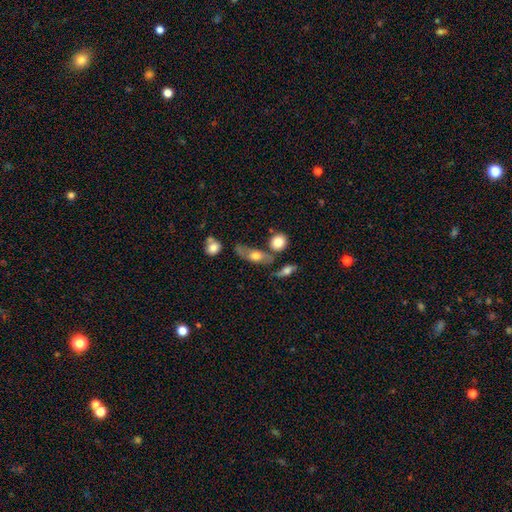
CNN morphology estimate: Q: Smooth or featured?
A: smooth (51%); runner-up: featured or disk (42%)
Q: How rounded?
A: in between (68%); runner-up: cigar-shaped (21%)
Q: Merging?
A: none (49%); runner-up: minor disturbance (23%)